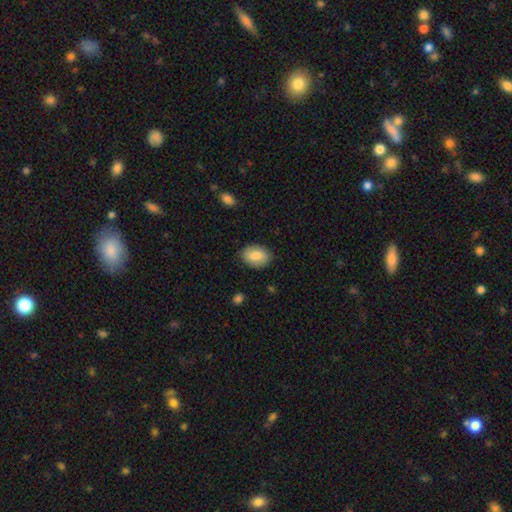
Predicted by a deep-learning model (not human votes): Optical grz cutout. It shows a smooth galaxy with no disk features (79%) that is in between round and cigar-shaped (76%). Merging: none (85%).